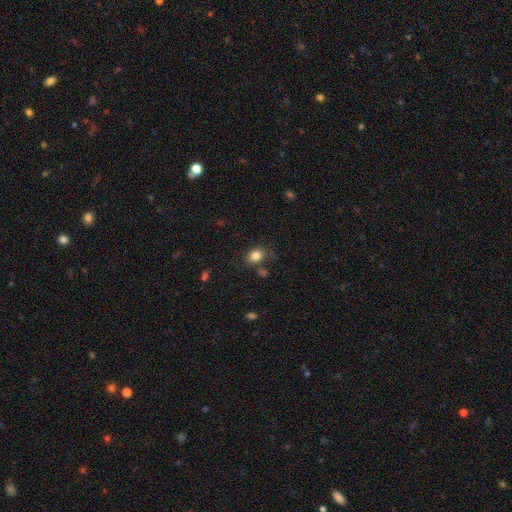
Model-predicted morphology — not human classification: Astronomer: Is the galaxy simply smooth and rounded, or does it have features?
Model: smooth — 83%.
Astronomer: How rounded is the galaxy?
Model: round — 51% (runner-up: in between, 48%).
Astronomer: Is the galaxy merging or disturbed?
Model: none — 71%.